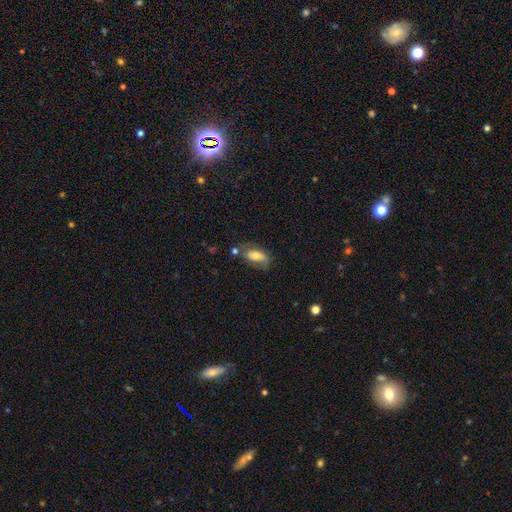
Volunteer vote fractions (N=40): Q: Smooth or featured?
A: smooth (48%); runner-up: featured or disk (40%)
Q: How rounded?
A: in between (79%); runner-up: round (16%)
Q: Merging?
A: none (71%); runner-up: minor disturbance (26%)